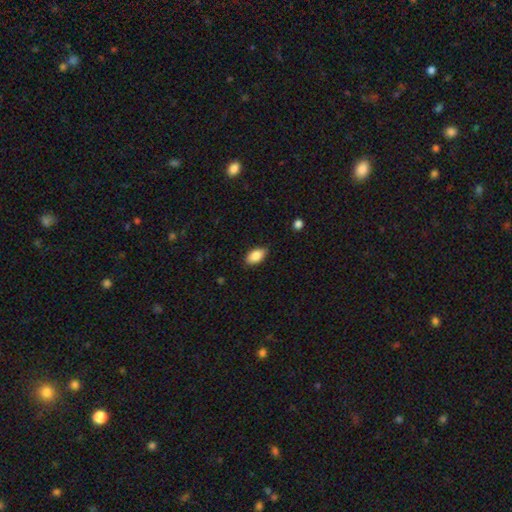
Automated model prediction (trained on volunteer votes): This is clearly a smooth galaxy (86%). How rounded: clearly in between (92%). Merging: clearly none (83%).